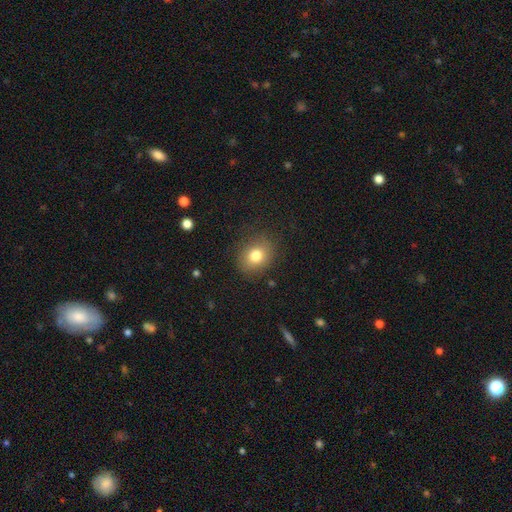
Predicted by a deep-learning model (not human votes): smooth_or_featured: smooth (p=0.79) [alt: star or artifact p=0.11]
how_rounded: round (p=0.59) [alt: in between p=0.40]
merging: none (p=0.84) [alt: minor disturbance p=0.11]